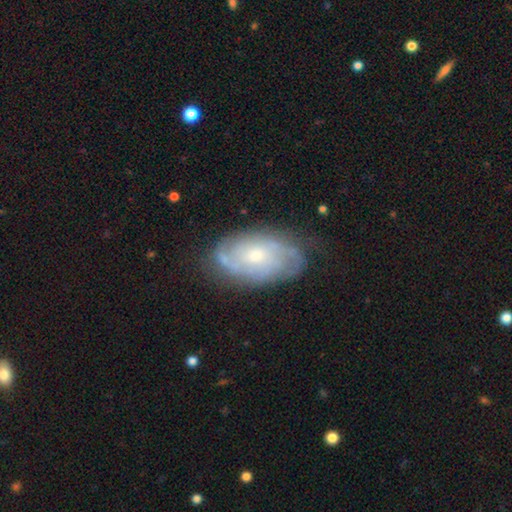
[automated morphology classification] Overall: featured or disk (75%). Edge-on disk: no (95%). Bar: no (70%). Spiral arms: yes (89%). Spiral arm count: can't tell (42%; 2 31%). Spiral winding: tight (54%; medium 34%). Bulge size: moderate (48%; small 46%). Merging: none (71%).